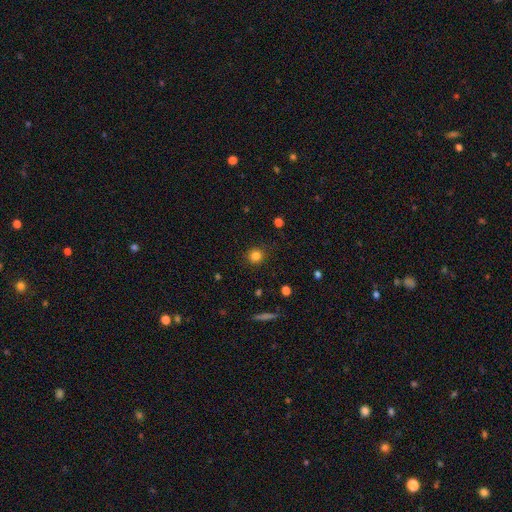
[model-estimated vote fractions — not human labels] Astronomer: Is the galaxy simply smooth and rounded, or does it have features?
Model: smooth — 83%.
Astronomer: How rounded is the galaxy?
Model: round — 89%.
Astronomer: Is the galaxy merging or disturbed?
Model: none — 88%.